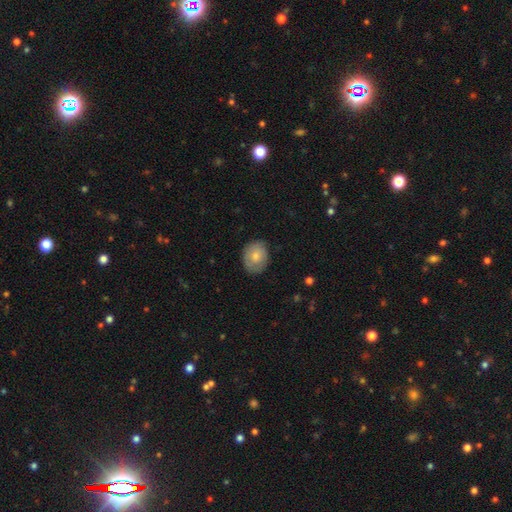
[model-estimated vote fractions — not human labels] smooth-or-featured: smooth: 74% | featured or disk: 20% | star or artifact: 6%
  how-rounded: in between: 55% | round: 44% | cigar-shaped: 1%
  merging: none: 77% | minor disturbance: 18% | major disturbance: 4% | merger: 1%